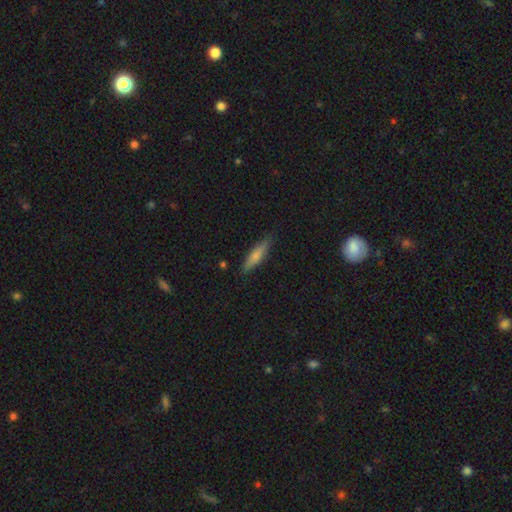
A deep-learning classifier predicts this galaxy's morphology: This is possibly a smooth galaxy (59%). How rounded: clearly cigar-shaped (81%). Merging: clearly none (85%).